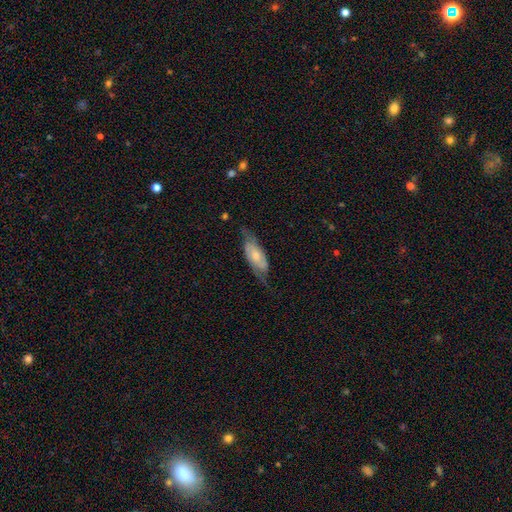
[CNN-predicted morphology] This is possibly a featured or disk galaxy (59%). It is clearly not viewed edge-on (81%). Merging: possibly none (59%).